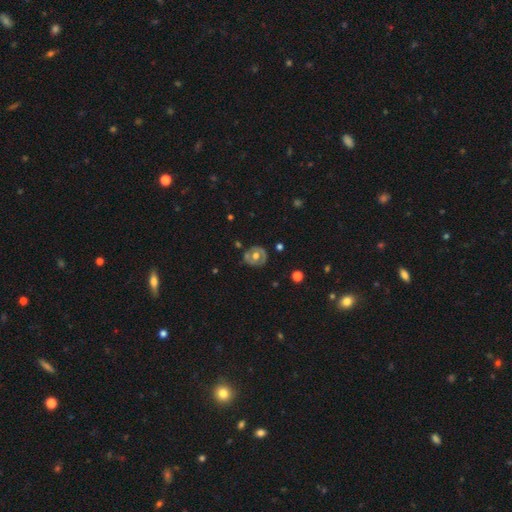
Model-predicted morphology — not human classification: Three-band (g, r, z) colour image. It shows a featured or disk galaxy (56%) with no bar (80%), no spiral arms (72%) and a moderate central bulge (76%). Merging: none (73%).